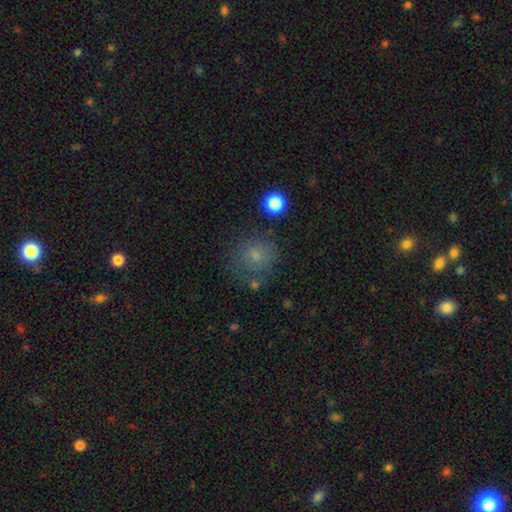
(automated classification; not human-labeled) Smooth or featured: smooth — 73% (star or artifact — 15%)
How rounded: round — 86% (in between — 13%)
Merging: none — 69% (minor disturbance — 17%)